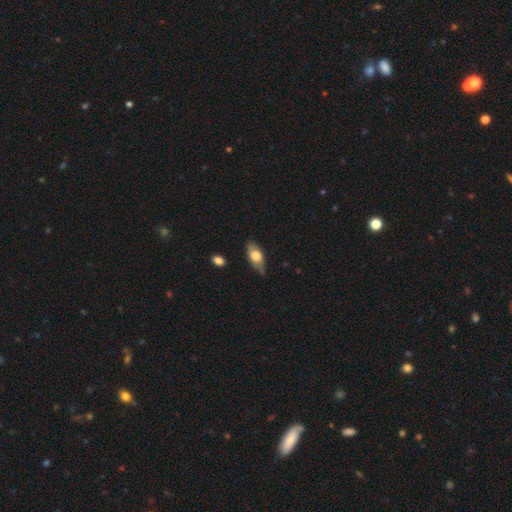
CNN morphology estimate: Smooth or featured? Predicted: smooth (p=0.59). How rounded? Predicted: in between (p=0.82). Merging? Predicted: none (p=0.74).